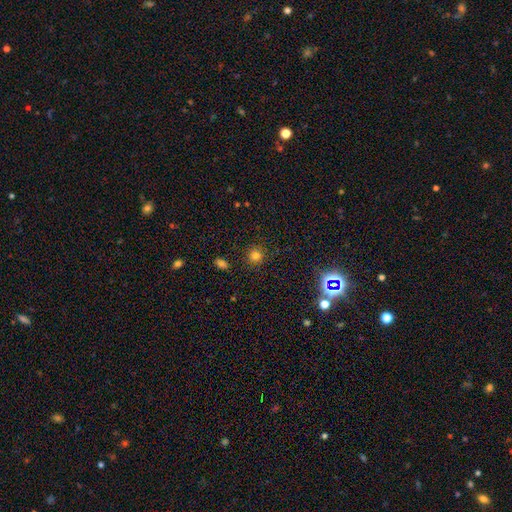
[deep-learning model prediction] Q: Smooth or featured?
A: smooth (77%); runner-up: star or artifact (17%)
Q: How rounded?
A: round (90%); runner-up: in between (9%)
Q: Merging?
A: none (88%); runner-up: minor disturbance (7%)